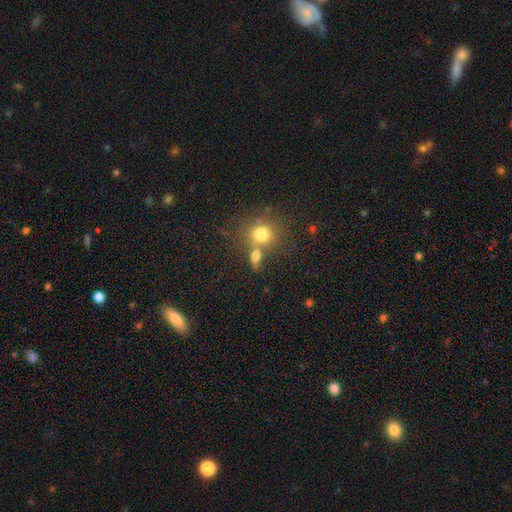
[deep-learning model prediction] smooth_or_featured: smooth (p=0.72) [alt: featured or disk p=0.14]
how_rounded: in between (p=0.55) [alt: round p=0.40]
merging: none (p=0.45) [alt: merger p=0.37]